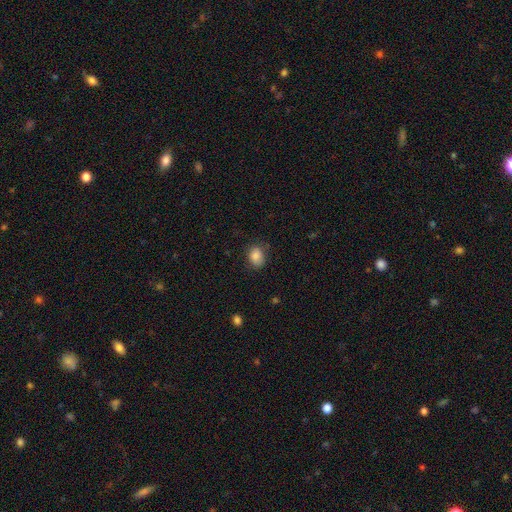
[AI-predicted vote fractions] Q: Smooth or featured?
A: smooth (86%); runner-up: star or artifact (9%)
Q: How rounded?
A: in between (64%); runner-up: round (35%)
Q: Merging?
A: none (77%); runner-up: minor disturbance (18%)